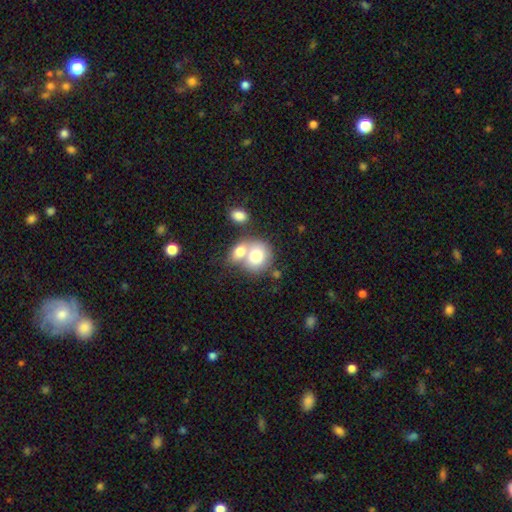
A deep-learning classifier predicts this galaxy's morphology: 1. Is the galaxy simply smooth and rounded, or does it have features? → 76% smooth, 17% featured or disk, 8% star or artifact.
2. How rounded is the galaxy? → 67% round, 32% in between, 1% cigar-shaped.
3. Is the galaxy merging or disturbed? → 59% merger, 30% none, 8% minor disturbance, 4% major disturbance.